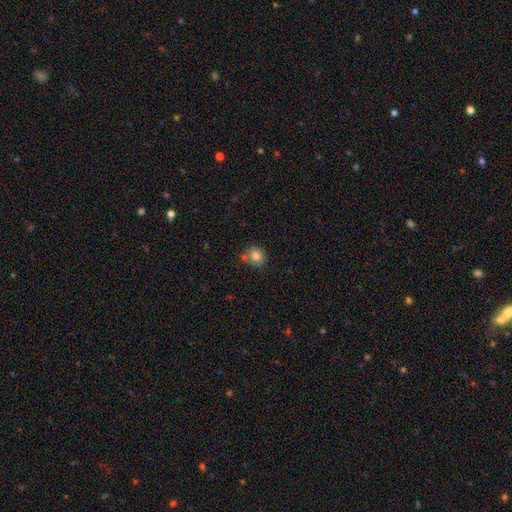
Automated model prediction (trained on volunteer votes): Smooth or featured? Predicted: smooth (p=0.81). How rounded? Predicted: round (p=0.80). Merging? Predicted: none (p=0.62).